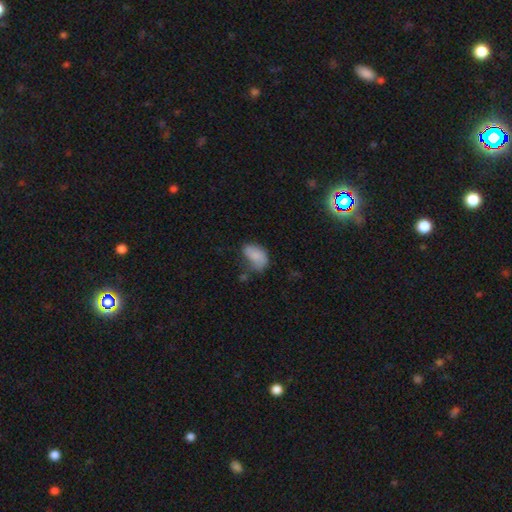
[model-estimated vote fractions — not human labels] A smooth galaxy with no disk features (80%) that is in between round and cigar-shaped (91%).

Vote fractions:
- Smooth or featured? smooth: 80% / featured or disk: 11% / star or artifact: 9%
- How rounded? in between: 91% / round: 8% / cigar-shaped: 2%
- Merging? none: 39% / minor disturbance: 35% / major disturbance: 18% / merger: 8%